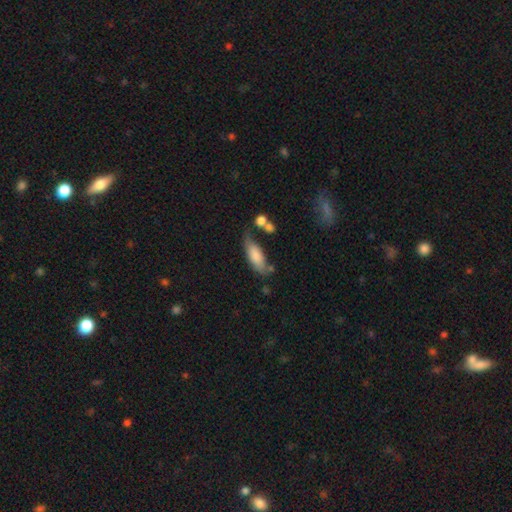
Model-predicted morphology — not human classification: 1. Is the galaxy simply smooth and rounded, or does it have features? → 78% smooth, 15% featured or disk, 6% star or artifact.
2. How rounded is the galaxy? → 74% in between, 24% cigar-shaped, 2% round.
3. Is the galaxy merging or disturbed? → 49% none, 28% minor disturbance, 12% merger, 10% major disturbance.